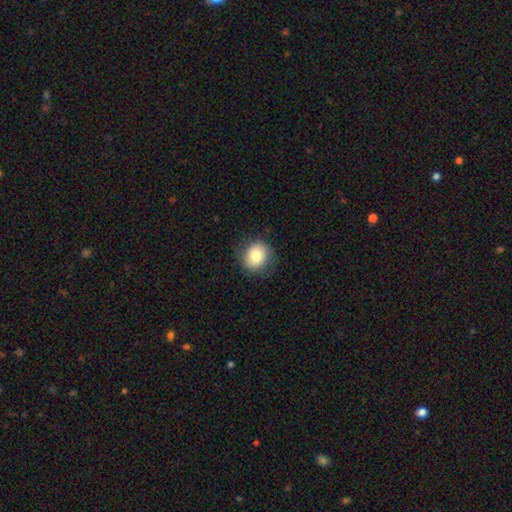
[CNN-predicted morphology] Smooth or featured? Predicted: smooth (p=0.78). How rounded? Predicted: round (p=0.78). Merging? Predicted: none (p=0.82).